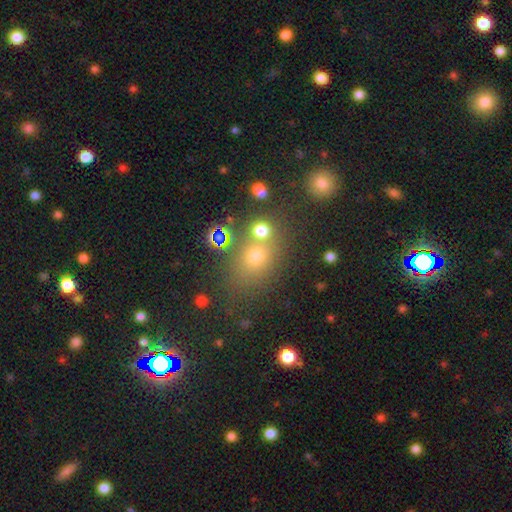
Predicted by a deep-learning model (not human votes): Morphology: type=smooth (64%); roundness=round (57%); merging=none (63%).